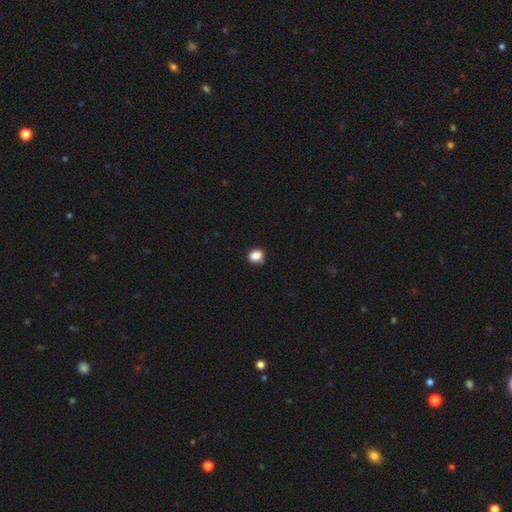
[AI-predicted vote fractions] Smooth or featured? smooth (86%)
How rounded? round (59%)
Merging? none (74%)